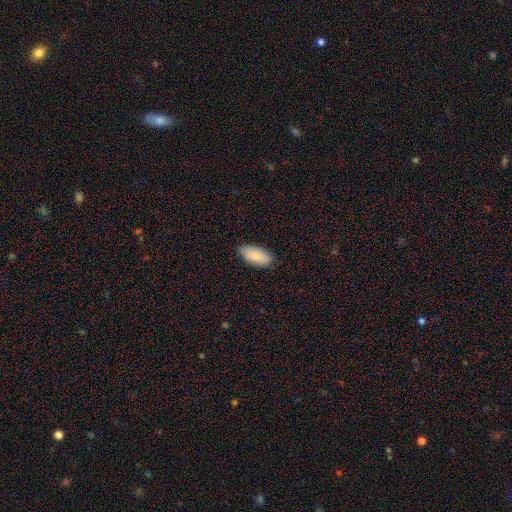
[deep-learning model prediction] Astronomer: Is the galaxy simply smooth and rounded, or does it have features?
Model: smooth — 87%.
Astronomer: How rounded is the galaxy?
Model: in between — 92%.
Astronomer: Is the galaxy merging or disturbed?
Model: none — 84%.